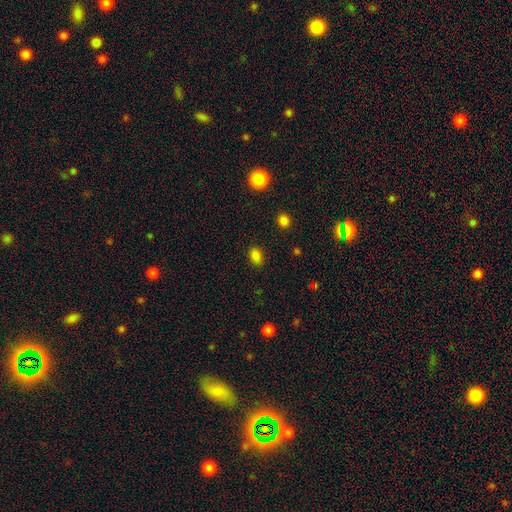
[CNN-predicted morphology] A smooth galaxy with no disk features (83%) that is in between round and cigar-shaped (76%). Merging: none (86%).